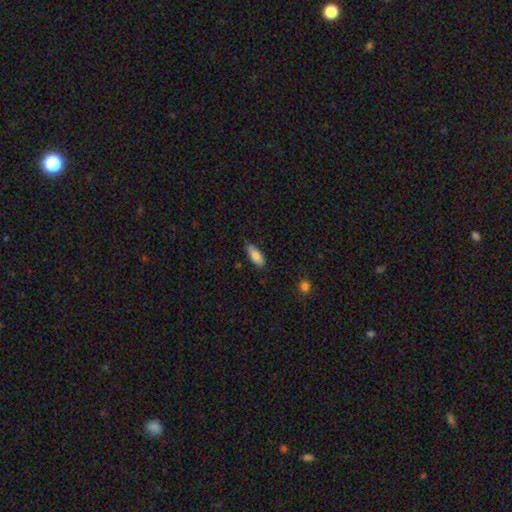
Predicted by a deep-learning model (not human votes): Smooth or featured?
  - smooth: 82% *
  - featured or disk: 11%
  - star or artifact: 7%
How rounded?
  - in between: 76% *
  - cigar-shaped: 22%
  - round: 2%
Merging?
  - none: 76% *
  - minor disturbance: 20%
  - major disturbance: 3%
  - merger: 1%